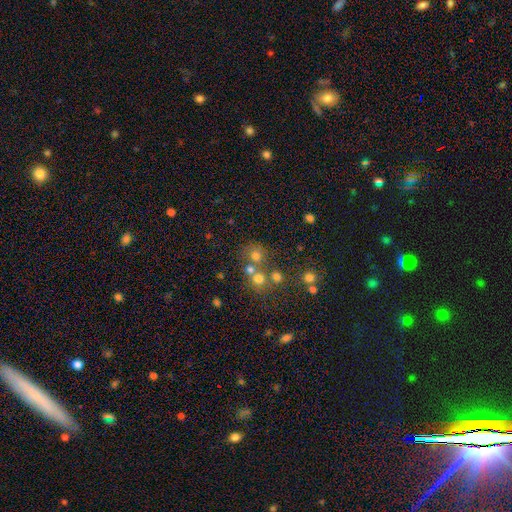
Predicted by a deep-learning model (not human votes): The model was most divided on "merging": none: 54%, merger: 33%, minor disturbance: 9%, major disturbance: 5%. More confident: how rounded — round (83%); smooth or featured — smooth (66%).